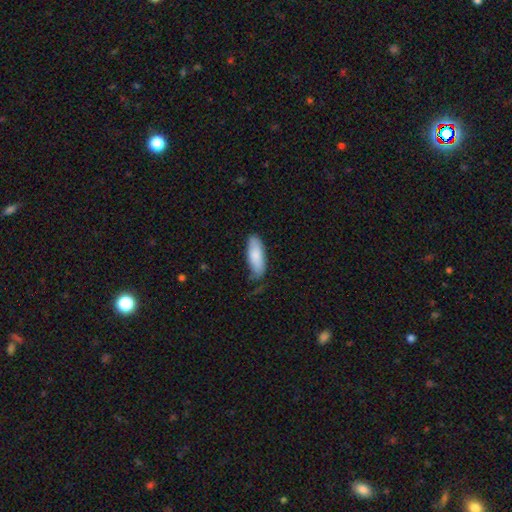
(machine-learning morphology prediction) smooth-or-featured: smooth: 84% | featured or disk: 11% | star or artifact: 6%
  how-rounded: in between: 73% | cigar-shaped: 25% | round: 2%
  merging: none: 64% | minor disturbance: 27% | major disturbance: 7% | merger: 2%